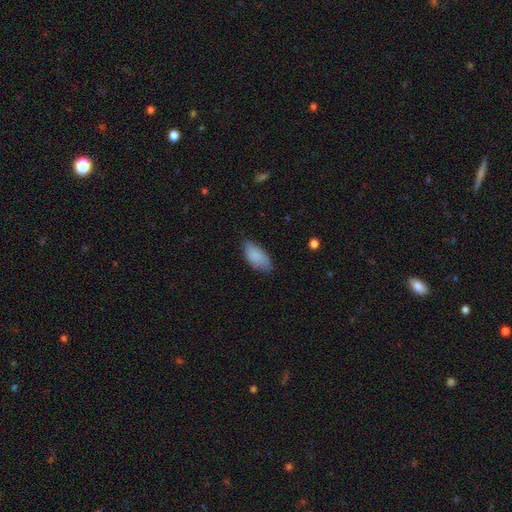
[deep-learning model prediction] Smooth or featured? Predicted: smooth (p=0.85). How rounded? Predicted: in between (p=0.92). Merging? Predicted: none (p=0.66).